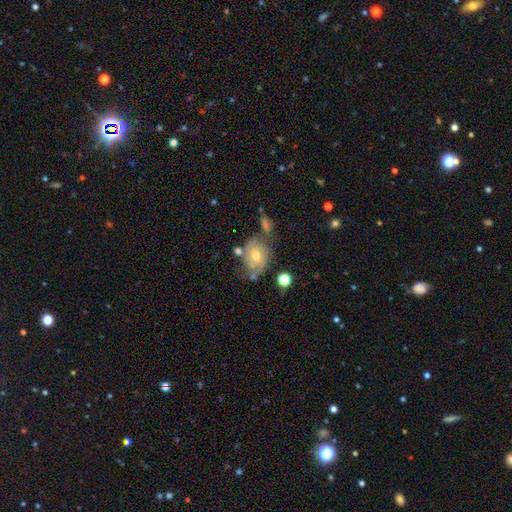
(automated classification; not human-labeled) This is possibly a featured or disk galaxy (54%). It is clearly not viewed edge-on (95%). Bar: likely no (61%). Spiral arm pattern: likely yes (70%). Central bulge: likely moderate (66%). Merging: marginally none (43%).